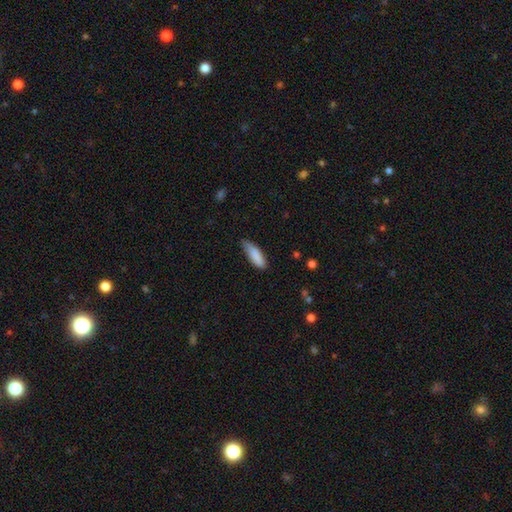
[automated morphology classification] Smooth or featured: smooth — 86% (featured or disk — 8%)
How rounded: in between — 50% (cigar-shaped — 48%)
Merging: none — 58% (minor disturbance — 34%)